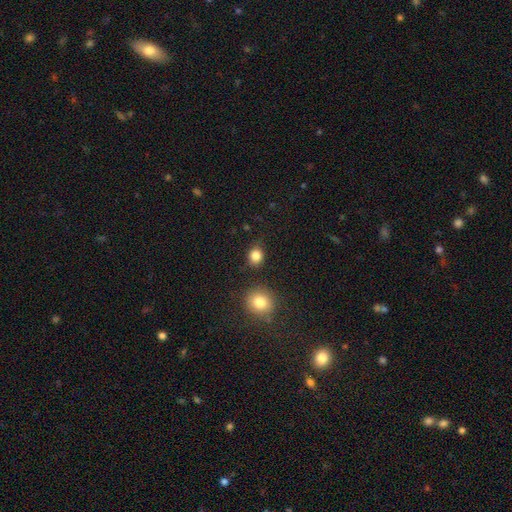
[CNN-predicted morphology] Smooth or featured? Predicted: smooth (p=0.84). How rounded? Predicted: round (p=0.73). Merging? Predicted: none (p=0.77).